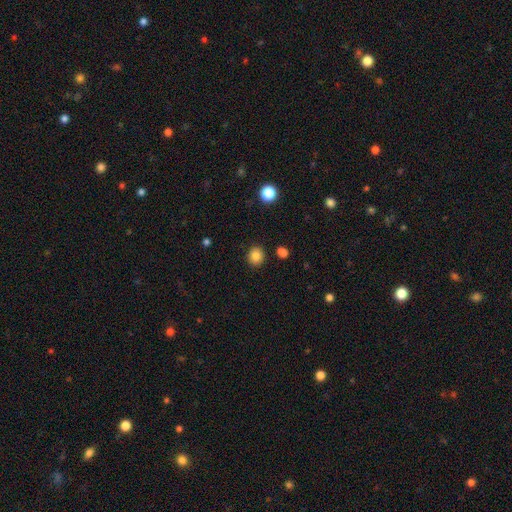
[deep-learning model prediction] Overall: smooth (84%). How rounded: round (81%). Merging: none (88%).